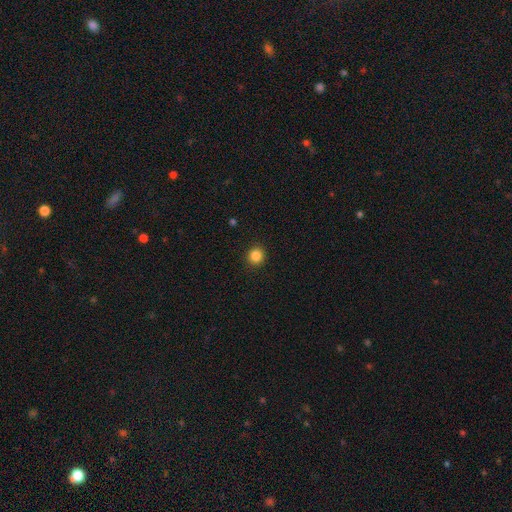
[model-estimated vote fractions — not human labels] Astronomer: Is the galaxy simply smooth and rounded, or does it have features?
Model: smooth — 85%.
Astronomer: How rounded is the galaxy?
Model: round — 91%.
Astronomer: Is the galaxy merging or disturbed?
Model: none — 92%.